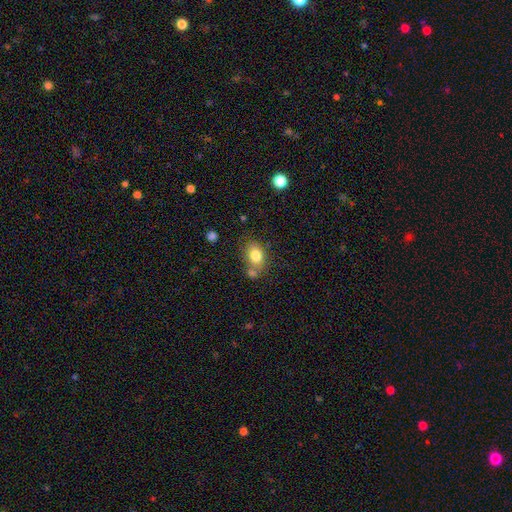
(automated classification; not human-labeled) This appears to be a smooth galaxy with no disk features (80%) that is in between round and cigar-shaped (73%). Merging: none (58%).